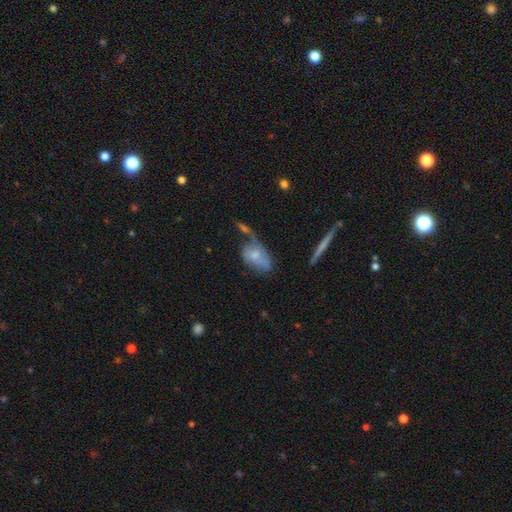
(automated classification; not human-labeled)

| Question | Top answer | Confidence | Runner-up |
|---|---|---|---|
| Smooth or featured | smooth | 56% | featured or disk (36%) |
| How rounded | in between | 88% | round (9%) |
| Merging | none | 28% | merger (26%) |